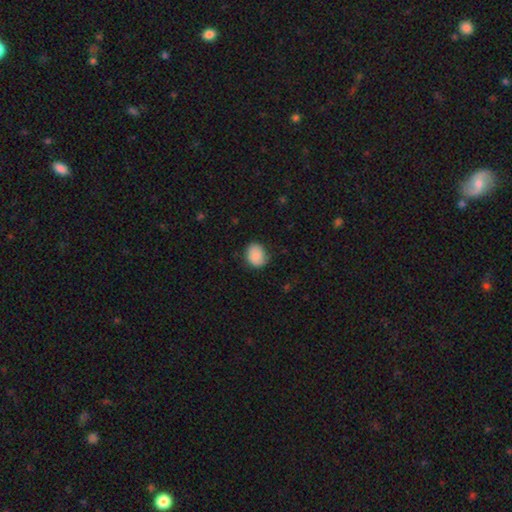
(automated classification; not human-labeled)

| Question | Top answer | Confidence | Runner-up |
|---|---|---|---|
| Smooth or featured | smooth | 85% | featured or disk (8%) |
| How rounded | round | 59% | in between (40%) |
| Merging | none | 75% | minor disturbance (20%) |